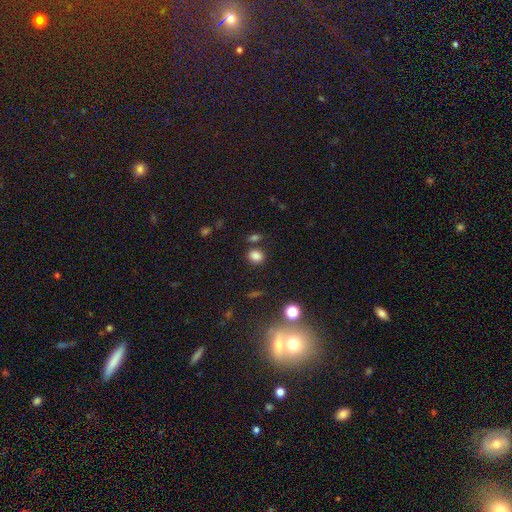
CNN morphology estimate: Q: Smooth or featured?
A: smooth (81%); runner-up: star or artifact (14%)
Q: How rounded?
A: round (55%); runner-up: in between (44%)
Q: Merging?
A: none (76%); runner-up: minor disturbance (10%)